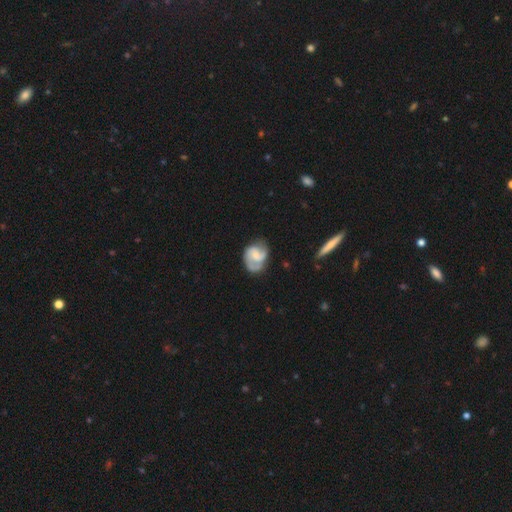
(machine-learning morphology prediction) A featured or disk galaxy (73%) with no bar (45%), 2 (75%) medium (48%) spiral arms (93%) and a small central bulge (42%).

Vote fractions:
- Smooth or featured? featured or disk: 73% / smooth: 21% / star or artifact: 6%
- Edge-on disk? no: 98% / yes: 2%
- Bar? no: 45% / weak: 44% / strong: 11%
- Spiral arms? yes: 93% / no: 7%
- Spiral winding? medium: 48% / tight: 30% / loose: 22%
- Spiral arm count? 2: 75% / 1: 11% / can't tell: 8% / 3: 3% / 4: 1% / more than 4: 1%
- Bulge size? small: 42% / moderate: 30% / none: 21% / large: 6% / dominant: 1%
- Merging? none: 60% / minor disturbance: 25% / major disturbance: 13% / merger: 2%